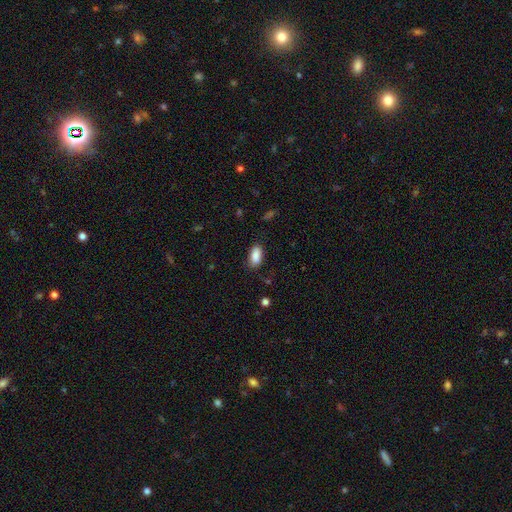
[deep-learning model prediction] Q: Smooth or featured?
A: smooth (89%); runner-up: star or artifact (7%)
Q: How rounded?
A: in between (91%); runner-up: cigar-shaped (7%)
Q: Merging?
A: none (83%); runner-up: minor disturbance (13%)